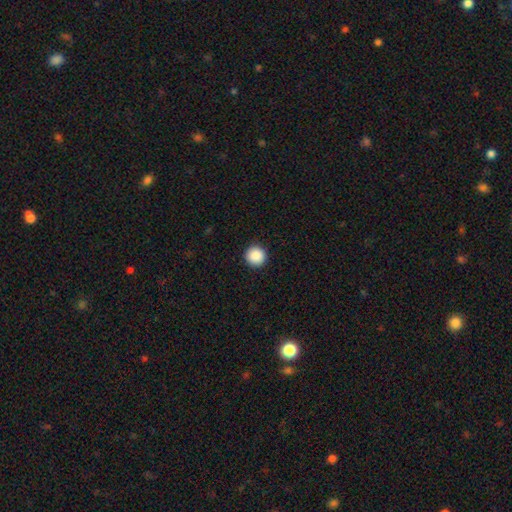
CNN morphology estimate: A smooth galaxy with no disk features (89%) that is round (96%).

Vote fractions:
- Smooth or featured? smooth: 89% / star or artifact: 8% / featured or disk: 3%
- How rounded? round: 96% / in between: 3% / cigar-shaped: 1%
- Merging? none: 93% / minor disturbance: 5% / major disturbance: 2% / merger: 1%